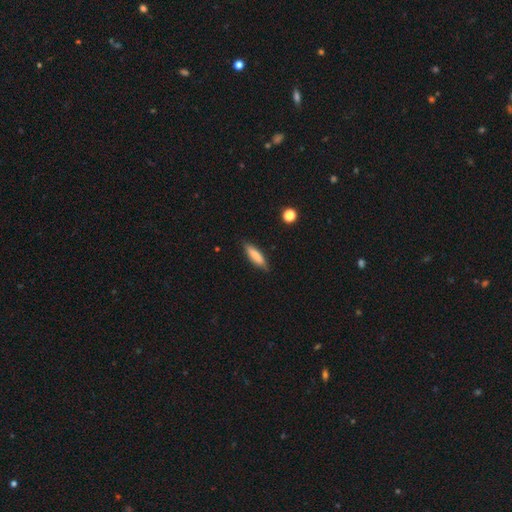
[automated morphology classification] Smooth or featured? smooth (80%)
How rounded? cigar-shaped (64%)
Merging? none (83%)